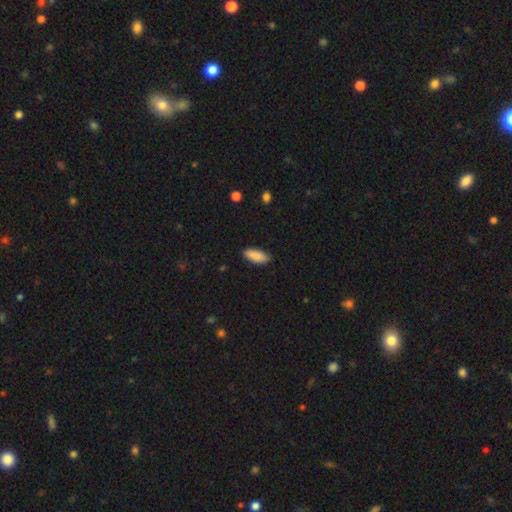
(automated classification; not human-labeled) Smooth or featured?
  - smooth: 90% *
  - star or artifact: 6%
  - featured or disk: 4%
How rounded?
  - in between: 83% *
  - cigar-shaped: 15%
  - round: 2%
Merging?
  - none: 87% *
  - minor disturbance: 10%
  - major disturbance: 2%
  - merger: 1%